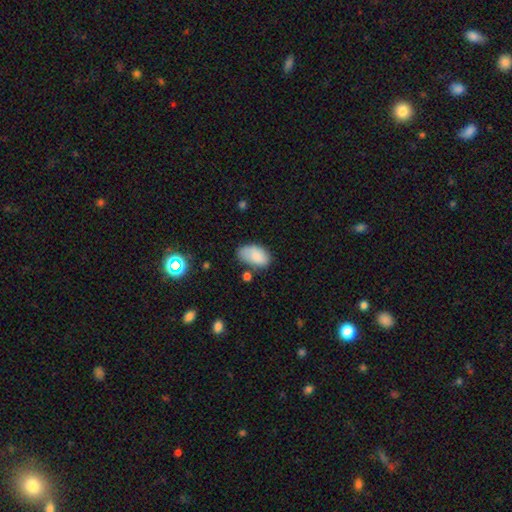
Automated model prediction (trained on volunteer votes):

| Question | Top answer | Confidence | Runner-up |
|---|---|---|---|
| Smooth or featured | smooth | 82% | featured or disk (10%) |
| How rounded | in between | 93% | round (5%) |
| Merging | none | 56% | minor disturbance (29%) |